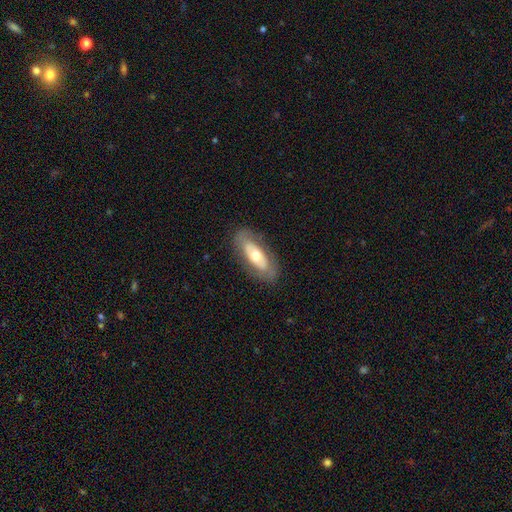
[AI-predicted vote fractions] smooth-or-featured: featured or disk: 49% | smooth: 45% | star or artifact: 6%
  merging: none: 80% | minor disturbance: 14% | major disturbance: 5% | merger: 1%